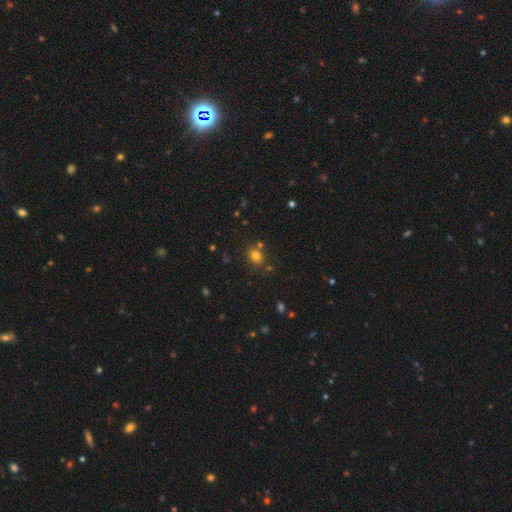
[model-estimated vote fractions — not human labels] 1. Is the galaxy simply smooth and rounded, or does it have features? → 75% smooth, 18% star or artifact, 7% featured or disk.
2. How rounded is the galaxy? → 66% round, 33% in between, 1% cigar-shaped.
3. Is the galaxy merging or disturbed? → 74% none, 12% minor disturbance, 10% merger, 4% major disturbance.